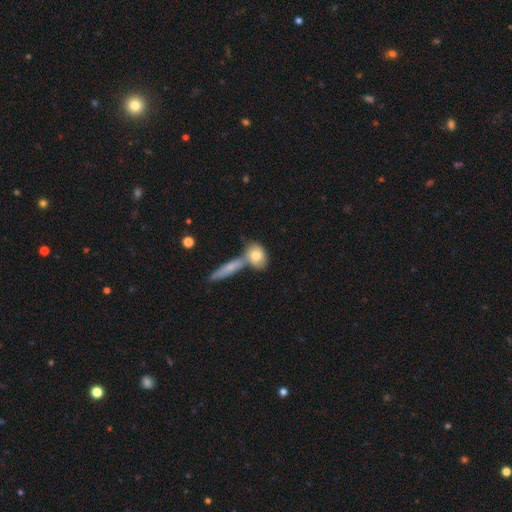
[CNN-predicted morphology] Smooth or featured? Predicted: smooth (p=0.74). How rounded? Predicted: in between (p=0.60). Merging? Predicted: none (p=0.44).